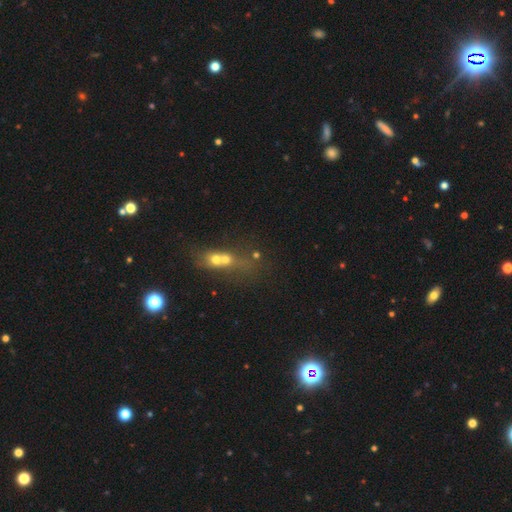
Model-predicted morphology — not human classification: A smooth galaxy with no disk features (44%). Merging: merger (65%).